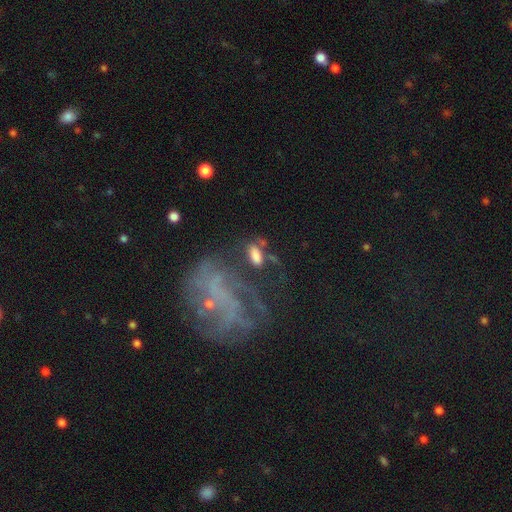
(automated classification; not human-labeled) Smooth or featured?
  - smooth: 74% *
  - featured or disk: 17%
  - star or artifact: 9%
How rounded?
  - in between: 88% *
  - cigar-shaped: 7%
  - round: 5%
Merging?
  - none: 56% *
  - minor disturbance: 18%
  - major disturbance: 13%
  - merger: 12%